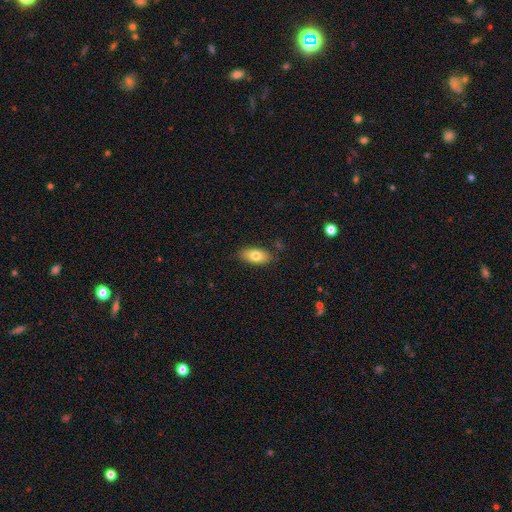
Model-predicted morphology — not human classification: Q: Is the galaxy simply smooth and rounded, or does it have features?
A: smooth — 76%.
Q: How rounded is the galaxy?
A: in between — 89%.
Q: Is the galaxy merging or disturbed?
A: none — 83%.